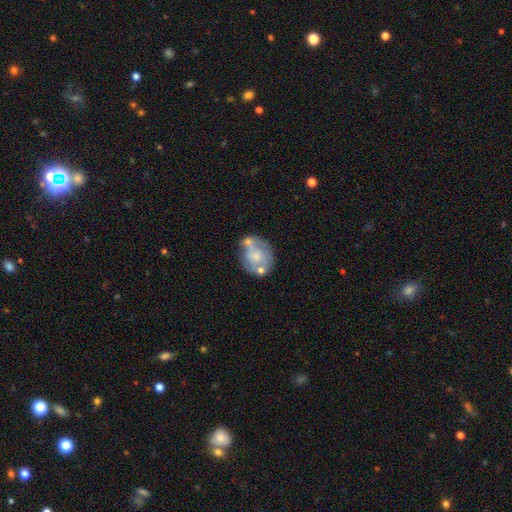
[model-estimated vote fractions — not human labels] A featured or disk galaxy (58%) with no bar (81%), no spiral arms (53%) and a small central bulge (48%). Merging: none (43%).